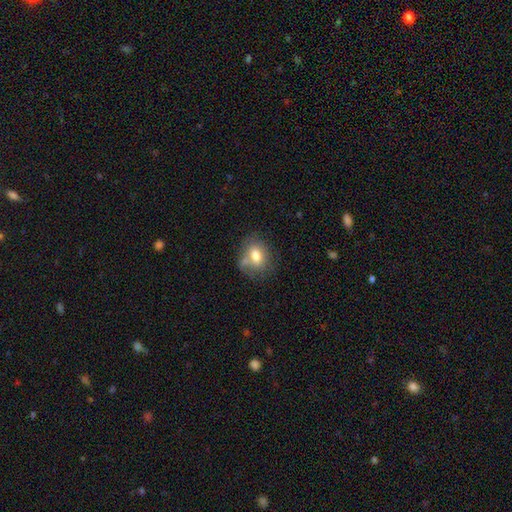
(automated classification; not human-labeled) Smooth or featured: smooth — 74% (featured or disk — 17%)
How rounded: in between — 58% (round — 40%)
Merging: none — 54% (minor disturbance — 22%)